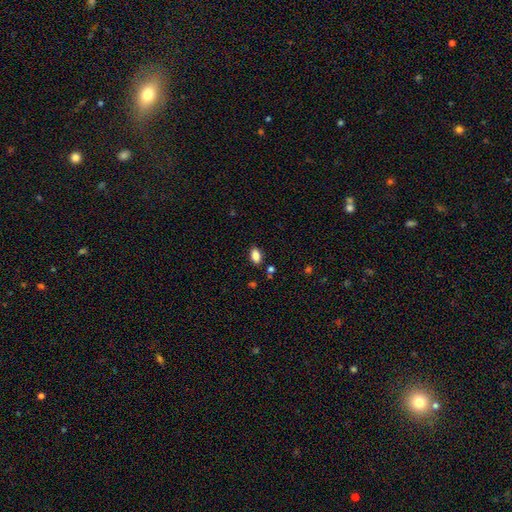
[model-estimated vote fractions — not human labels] This is clearly a smooth galaxy (86%). How rounded: clearly in between (90%). Merging: clearly none (85%).